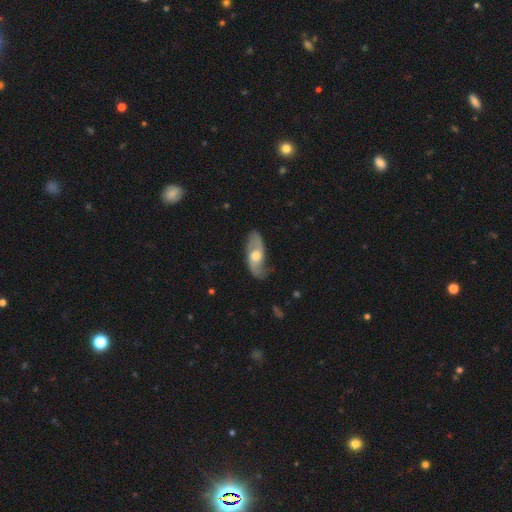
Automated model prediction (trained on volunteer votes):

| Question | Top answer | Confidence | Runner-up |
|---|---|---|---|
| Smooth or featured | featured or disk | 64% | smooth (30%) |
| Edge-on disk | no | 85% | yes (15%) |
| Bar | no | 64% | weak (30%) |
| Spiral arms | yes | 83% | no (17%) |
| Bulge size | moderate | 71% | small (16%) |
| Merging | none | 71% | minor disturbance (21%) |